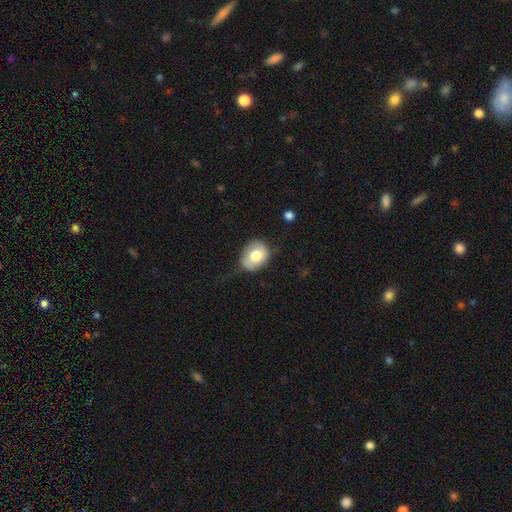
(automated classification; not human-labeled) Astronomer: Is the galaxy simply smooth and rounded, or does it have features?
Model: smooth — 75%.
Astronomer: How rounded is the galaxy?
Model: in between — 52% (runner-up: round, 47%).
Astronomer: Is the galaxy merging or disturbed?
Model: none — 54% (runner-up: minor disturbance, 33%).